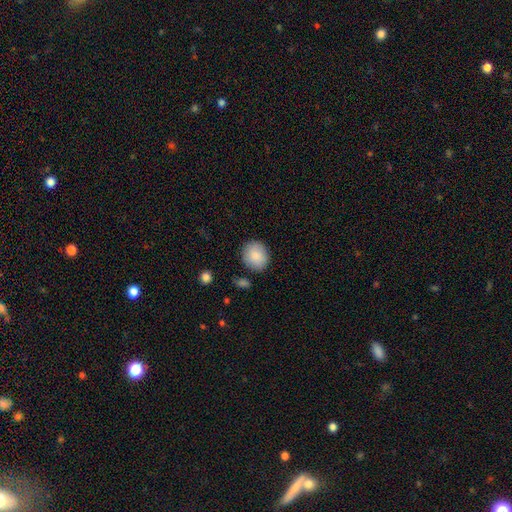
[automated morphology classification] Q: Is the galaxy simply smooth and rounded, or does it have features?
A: smooth — 87%.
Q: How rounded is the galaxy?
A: round — 71%.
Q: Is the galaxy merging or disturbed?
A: none — 84%.